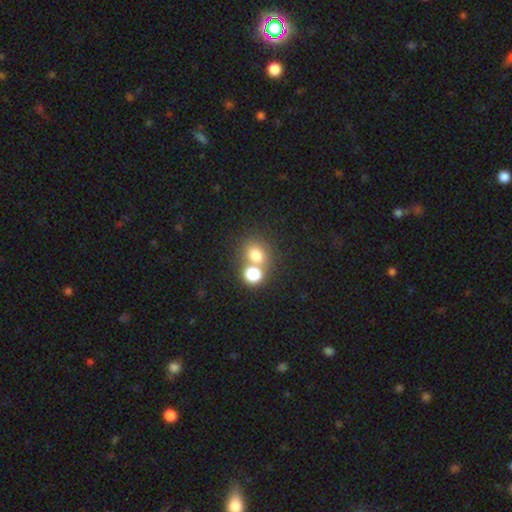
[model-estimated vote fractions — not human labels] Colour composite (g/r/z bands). It shows a smooth galaxy with no disk features (73%) that is round (73%). Merging: none (46%).